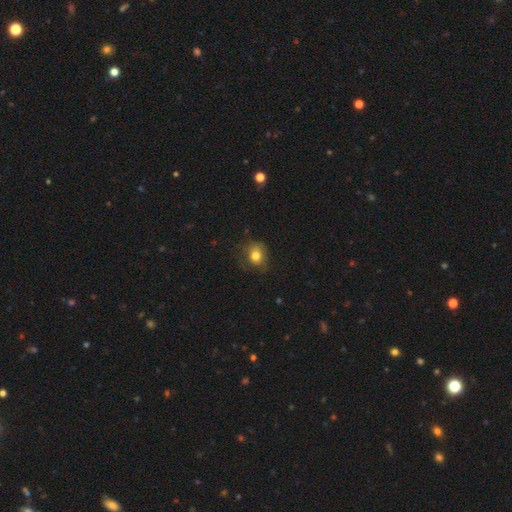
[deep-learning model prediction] This appears to be a smooth galaxy with no disk features (77%) that is round (63%). Merging: none (65%).